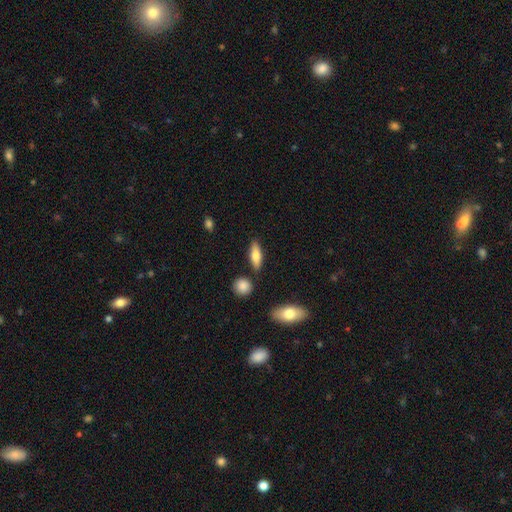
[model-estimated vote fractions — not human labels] smooth_or_featured: smooth (p=0.71) [alt: featured or disk p=0.22]
how_rounded: in between (p=0.63) [alt: cigar-shaped p=0.34]
merging: none (p=0.82) [alt: minor disturbance p=0.10]